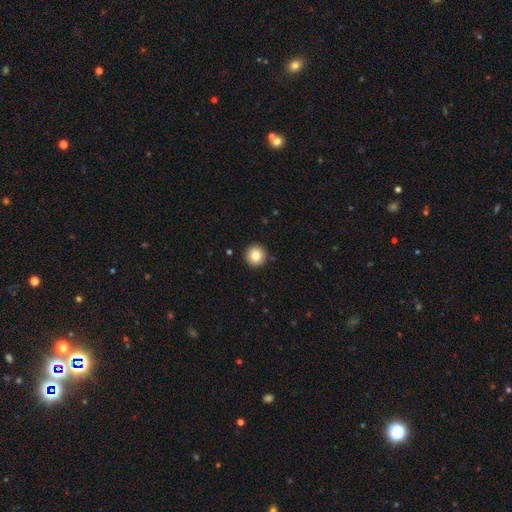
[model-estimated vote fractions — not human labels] smooth 83%, star or artifact 10%, featured or disk 7%. Down the decision tree: how rounded — round (96%); merging — none (92%).